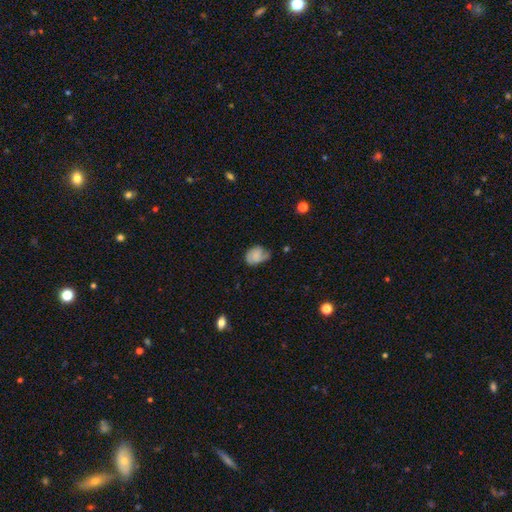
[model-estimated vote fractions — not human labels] A smooth galaxy with no disk features (60%) that is in between round and cigar-shaped (71%). Merging: none (43%).